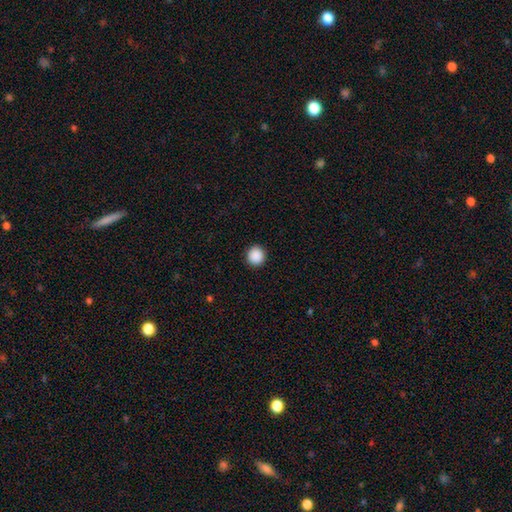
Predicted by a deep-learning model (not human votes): A smooth galaxy with no disk features (89%) that is round (92%).

Vote fractions:
- Smooth or featured? smooth: 89% / star or artifact: 9% / featured or disk: 2%
- How rounded? round: 92% / in between: 7% / cigar-shaped: 1%
- Merging? none: 93% / minor disturbance: 4% / major disturbance: 2% / merger: 1%